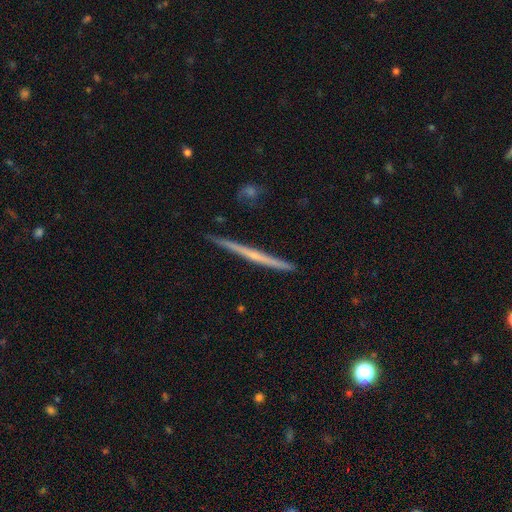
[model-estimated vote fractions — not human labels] Smooth or featured? Predicted: featured or disk (p=0.69). Edge-on disk? Predicted: yes (p=0.98). Edge-on bulge? Predicted: none (p=0.63). Merging? Predicted: none (p=0.89).